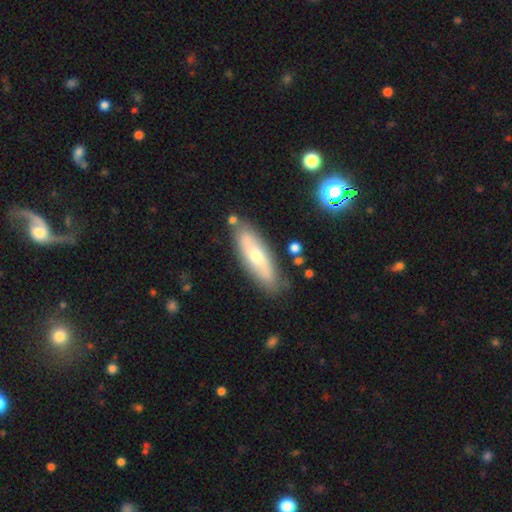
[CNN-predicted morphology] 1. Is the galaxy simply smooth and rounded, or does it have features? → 48% smooth, 45% featured or disk, 6% star or artifact.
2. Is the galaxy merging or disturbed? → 79% none, 14% minor disturbance, 4% merger, 3% major disturbance.